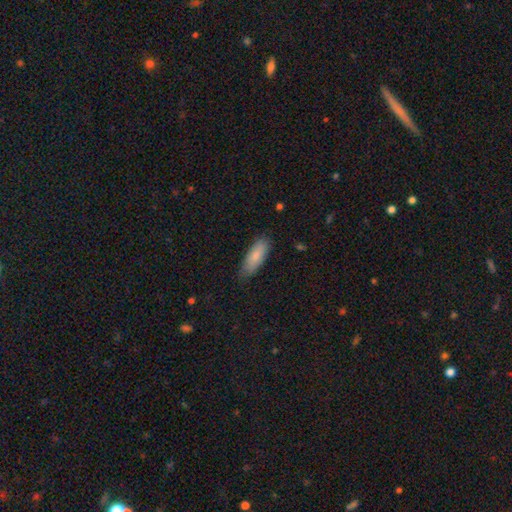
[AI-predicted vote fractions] A smooth galaxy with no disk features (83%) that is in between round and cigar-shaped (66%). Merging: none (78%).